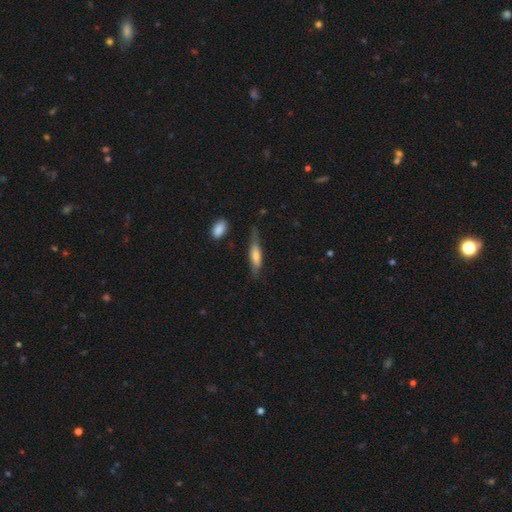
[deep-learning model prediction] This is possibly a smooth galaxy (57%). How rounded: likely cigar-shaped (69%). Merging: likely none (60%).